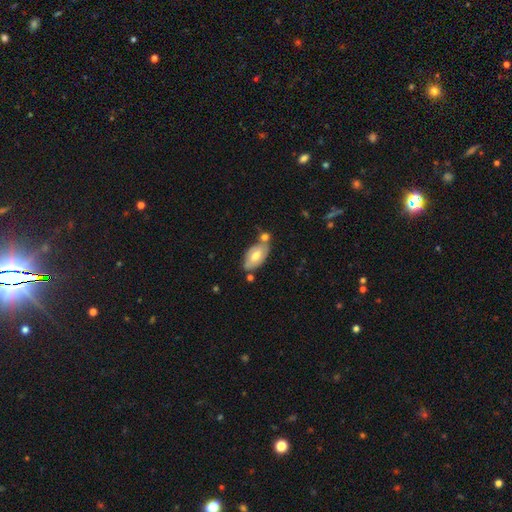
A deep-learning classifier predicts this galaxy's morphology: Smooth or featured? smooth (55%)
How rounded? in between (93%)
Merging? none (52%)